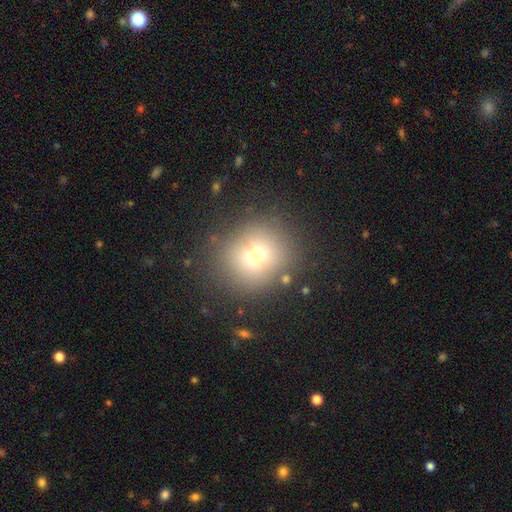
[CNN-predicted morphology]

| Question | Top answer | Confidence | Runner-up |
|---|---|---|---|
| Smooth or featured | smooth | 69% | star or artifact (18%) |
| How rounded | round | 84% | in between (15%) |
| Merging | none | 84% | minor disturbance (10%) |